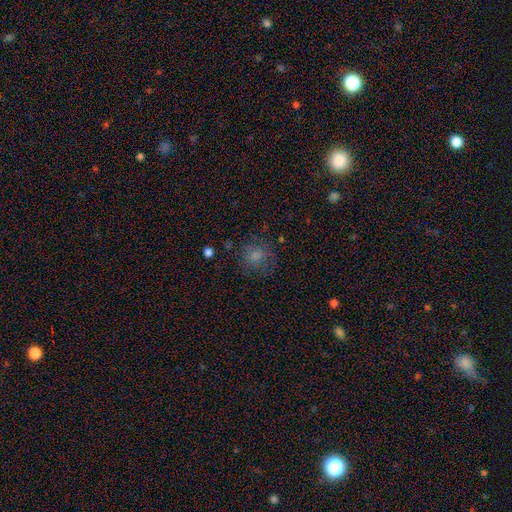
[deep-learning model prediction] Smooth or featured: smooth — 69% (star or artifact — 16%)
How rounded: round — 74% (in between — 25%)
Merging: none — 66% (minor disturbance — 18%)